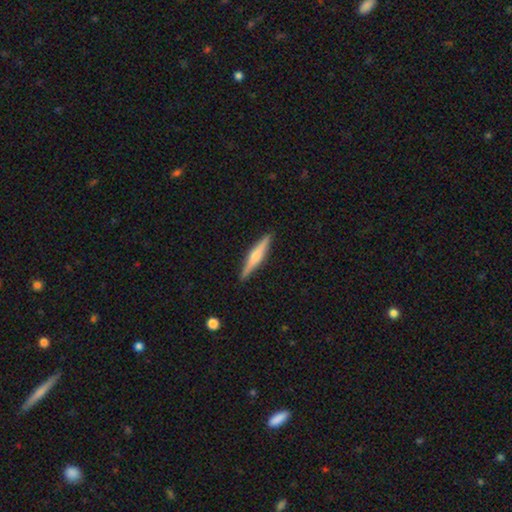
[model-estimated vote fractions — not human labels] A featured or disk galaxy (57%) viewed edge-on (98%) with a rounded central bulge (74%).

Vote fractions:
- Smooth or featured? featured or disk: 57% / smooth: 37% / star or artifact: 5%
- Edge-on disk? yes: 98% / no: 2%
- Edge-on bulge? rounded: 74% / boxy: 14% / none: 13%
- Merging? none: 91% / minor disturbance: 7% / major disturbance: 1% / merger: 1%